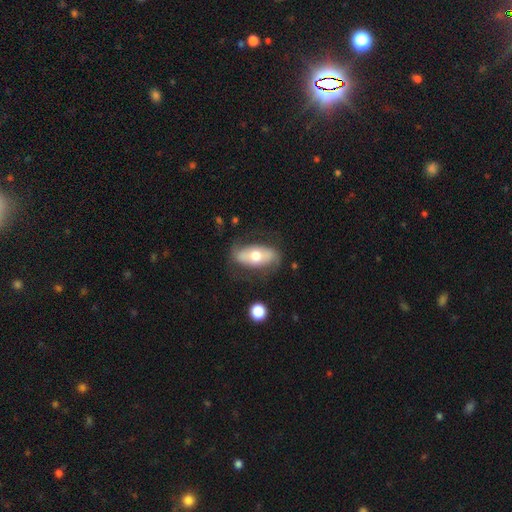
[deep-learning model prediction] Morphology: type=smooth (48%); merging=none (69%).